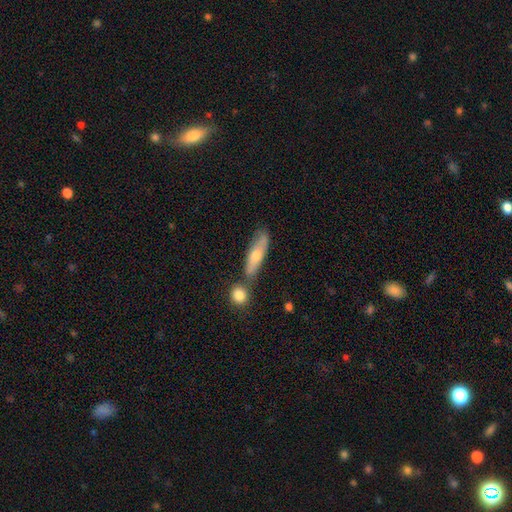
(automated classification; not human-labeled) Smooth or featured? Predicted: smooth (p=0.47). Merging? Predicted: none (p=0.65).